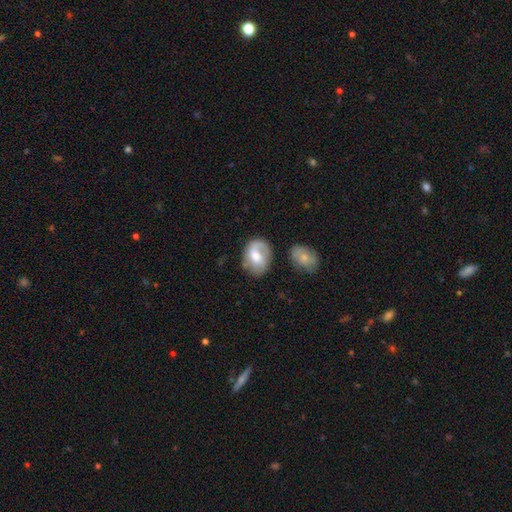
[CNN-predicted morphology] Overall: featured or disk (51%; smooth 41%). Edge-on disk: no (96%). Merging: none (59%; minor disturbance 24%).